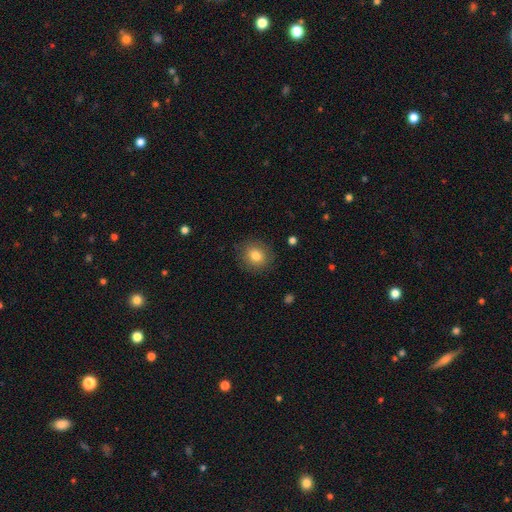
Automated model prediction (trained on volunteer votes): Smooth or featured? Predicted: smooth (p=0.81). How rounded? Predicted: round (p=0.79). Merging? Predicted: none (p=0.86).